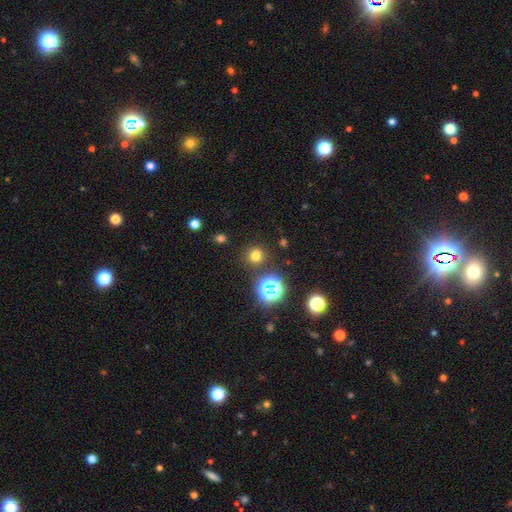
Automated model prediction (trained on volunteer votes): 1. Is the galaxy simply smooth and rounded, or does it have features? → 69% smooth, 26% star or artifact, 6% featured or disk.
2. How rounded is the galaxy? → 84% round, 15% in between, 1% cigar-shaped.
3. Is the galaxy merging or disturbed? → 83% none, 8% minor disturbance, 5% merger, 3% major disturbance.